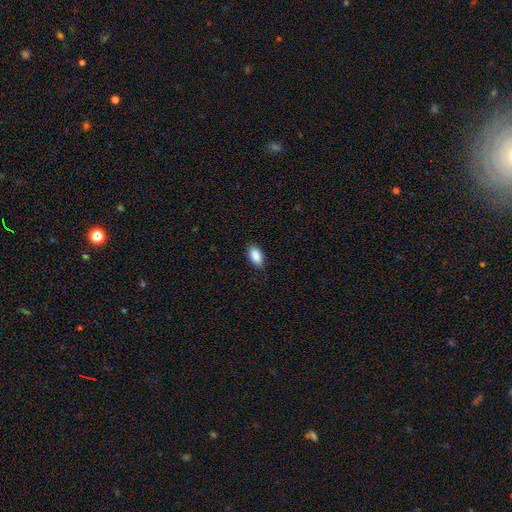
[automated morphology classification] A smooth galaxy with no disk features (89%) that is in between round and cigar-shaped (93%).

Vote fractions:
- Smooth or featured? smooth: 89% / star or artifact: 7% / featured or disk: 4%
- How rounded? in between: 93% / round: 4% / cigar-shaped: 3%
- Merging? none: 83% / minor disturbance: 13% / major disturbance: 2% / merger: 1%